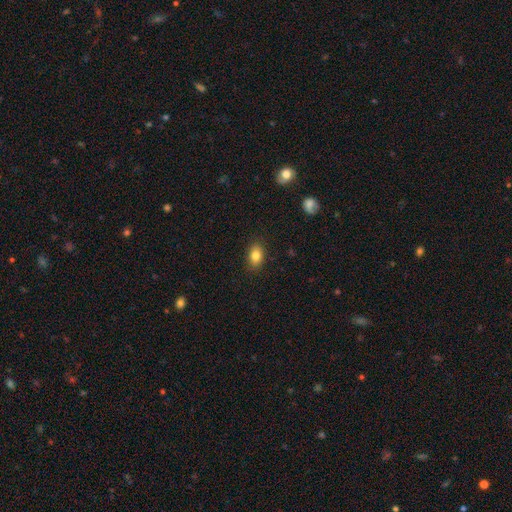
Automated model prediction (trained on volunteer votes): smooth 83%, star or artifact 9%, featured or disk 8%. Down the decision tree: how rounded — in between (80%); merging — none (87%).